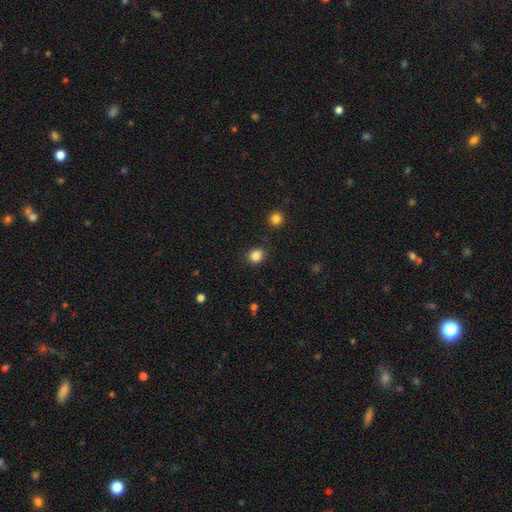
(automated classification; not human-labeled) Smooth or featured? smooth (85%)
How rounded? round (74%)
Merging? none (87%)